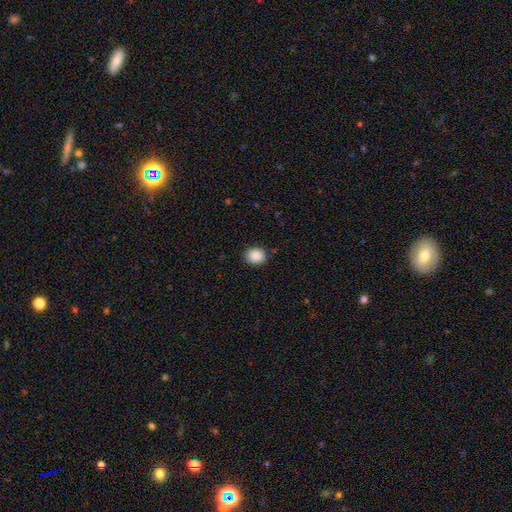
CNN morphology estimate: A smooth galaxy with no disk features (89%) that is round (67%).

Vote fractions:
- Smooth or featured? smooth: 89% / star or artifact: 8% / featured or disk: 3%
- How rounded? round: 67% / in between: 32% / cigar-shaped: 1%
- Merging? none: 88% / minor disturbance: 9% / major disturbance: 2% / merger: 1%